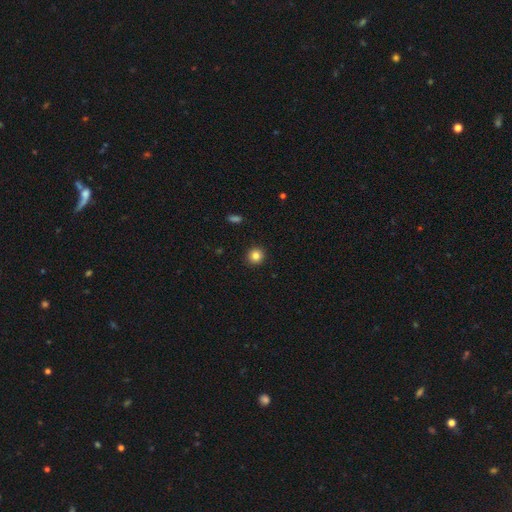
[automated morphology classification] This is clearly a smooth galaxy (83%). How rounded: clearly round (93%). Merging: clearly none (92%).